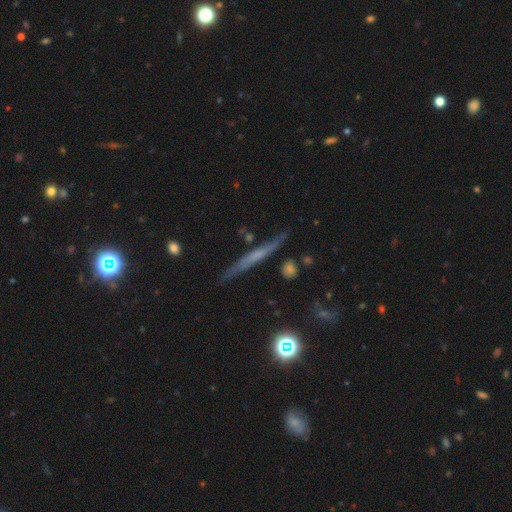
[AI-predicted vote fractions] Morphology: type=featured or disk (56%); edge-on=yes (92%); edge-on bulge=none (70%); merging=none (81%).